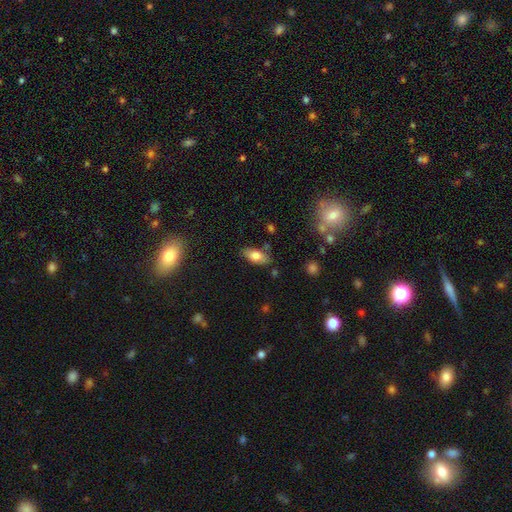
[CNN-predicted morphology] Smooth or featured?
  - smooth: 76% *
  - featured or disk: 16%
  - star or artifact: 8%
How rounded?
  - in between: 87% *
  - cigar-shaped: 10%
  - round: 3%
Merging?
  - none: 79% *
  - minor disturbance: 14%
  - merger: 4%
  - major disturbance: 3%